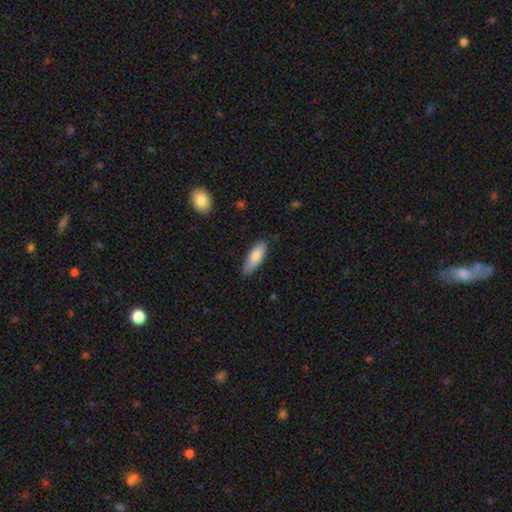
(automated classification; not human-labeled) Overall: smooth (82%). How rounded: in between (67%; cigar-shaped 31%). Merging: none (79%).